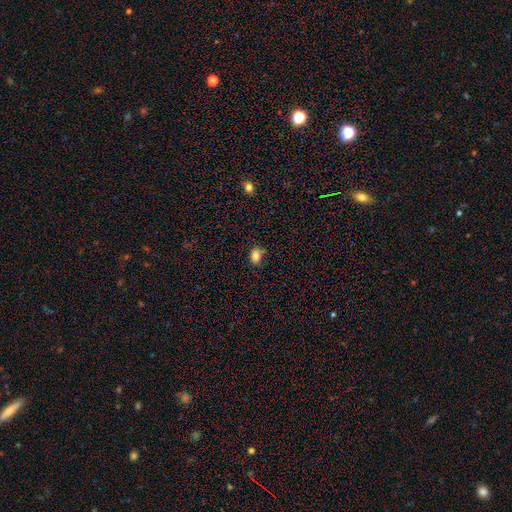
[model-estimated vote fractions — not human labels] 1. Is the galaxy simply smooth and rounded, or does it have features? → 83% smooth, 11% star or artifact, 6% featured or disk.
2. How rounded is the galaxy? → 74% in between, 25% round, 1% cigar-shaped.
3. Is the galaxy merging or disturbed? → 66% none, 23% minor disturbance, 6% merger, 5% major disturbance.